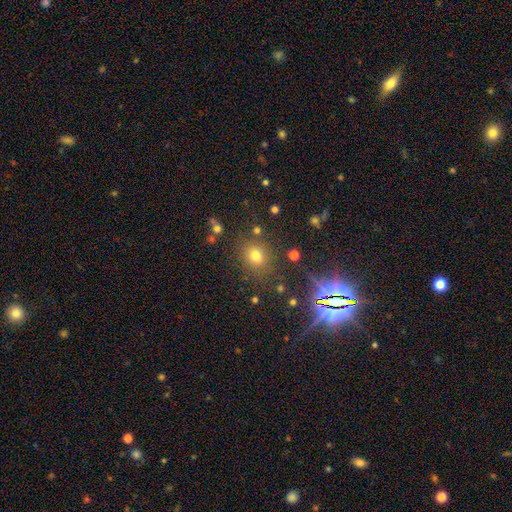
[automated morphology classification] smooth-or-featured: smooth: 67% | star or artifact: 24% | featured or disk: 9%
  how-rounded: round: 71% | in between: 28% | cigar-shaped: 1%
  merging: none: 80% | minor disturbance: 11% | merger: 5% | major disturbance: 5%